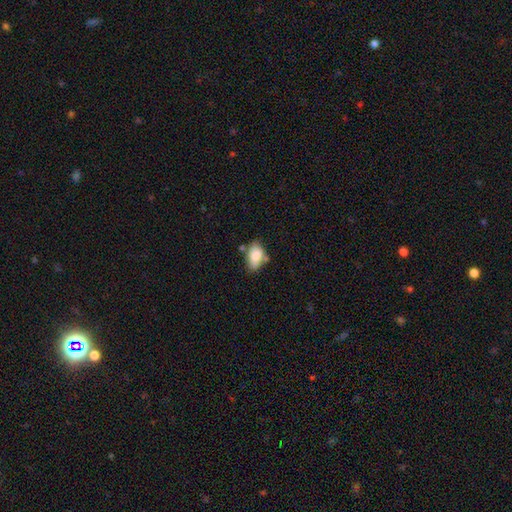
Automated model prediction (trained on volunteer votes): A smooth galaxy with no disk features (82%) that is in between round and cigar-shaped (91%). Merging: none (59%).